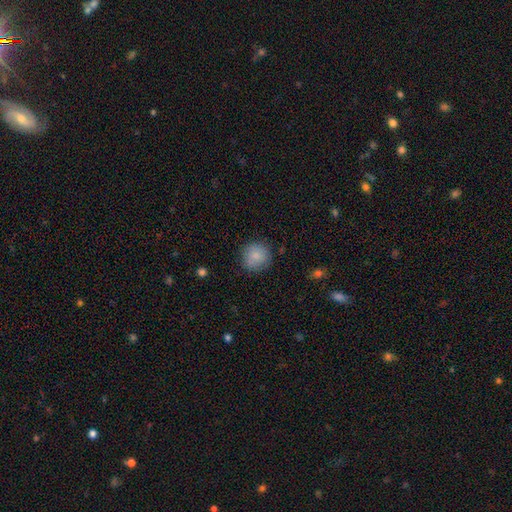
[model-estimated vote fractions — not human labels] Morphology: type=smooth (86%); roundness=round (92%); merging=none (84%).